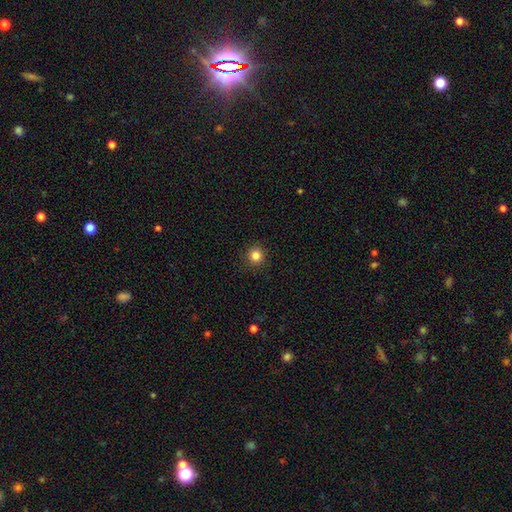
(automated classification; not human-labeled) smooth_or_featured: smooth (p=0.84) [alt: star or artifact p=0.12]
how_rounded: round (p=0.94) [alt: in between p=0.05]
merging: none (p=0.91) [alt: minor disturbance p=0.06]